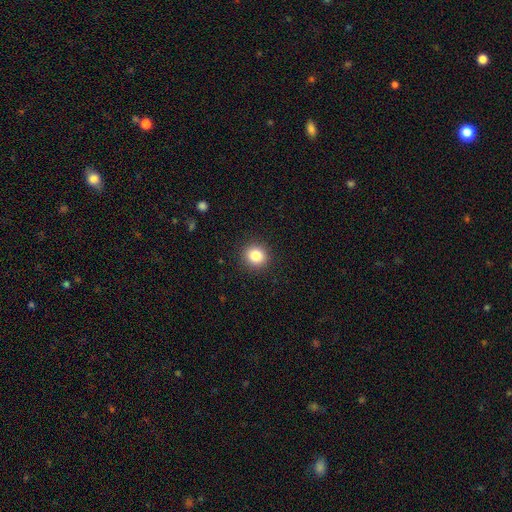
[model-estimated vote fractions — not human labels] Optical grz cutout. It shows a smooth galaxy with no disk features (83%) that is round (90%). Merging: none (92%).